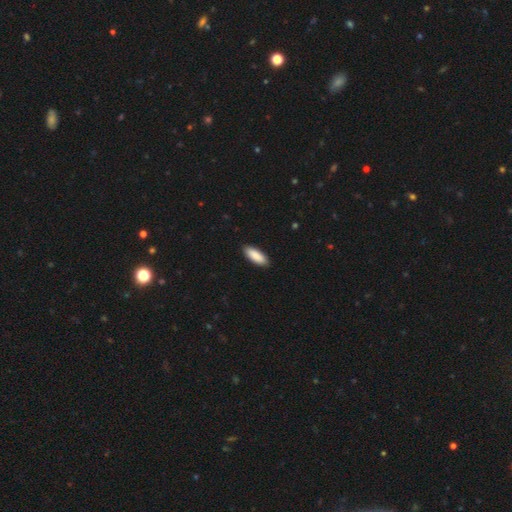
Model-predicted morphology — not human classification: The model was most divided on "how rounded": in between: 74%, cigar-shaped: 25%, round: 2%. More confident: merging — none (90%); smooth or featured — smooth (90%).